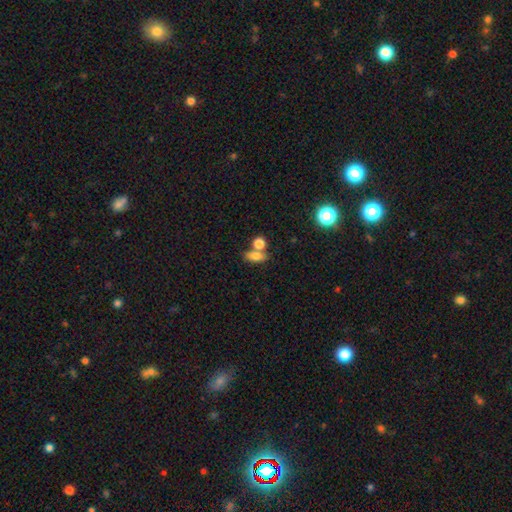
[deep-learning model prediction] The model was most divided on "merging": none: 48%, merger: 37%, minor disturbance: 11%, major disturbance: 4%. More confident: smooth or featured — smooth (78%); how rounded — in between (73%).